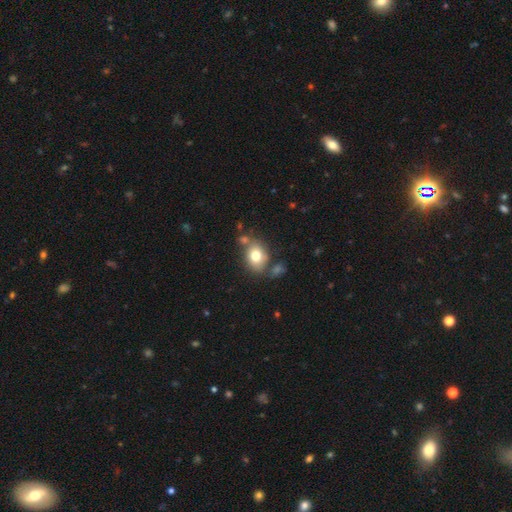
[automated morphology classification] Smooth or featured?
  - smooth: 75% *
  - featured or disk: 15%
  - star or artifact: 10%
How rounded?
  - in between: 57% *
  - round: 42%
  - cigar-shaped: 1%
Merging?
  - none: 63% *
  - minor disturbance: 16%
  - merger: 15%
  - major disturbance: 6%